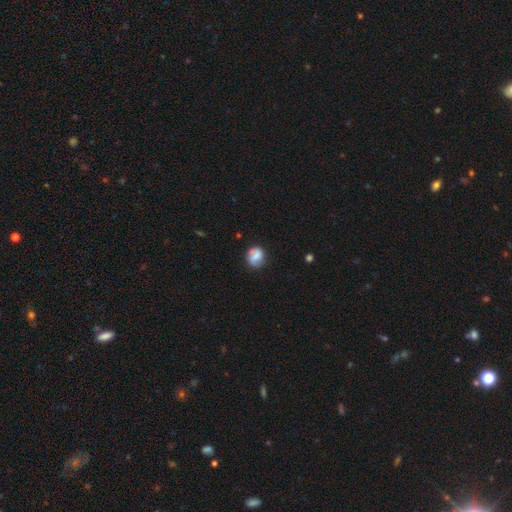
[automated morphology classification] A smooth galaxy with no disk features (53%) that is round (72%).

Vote fractions:
- Smooth or featured? smooth: 53% / featured or disk: 38% / star or artifact: 9%
- How rounded? round: 72% / in between: 27% / cigar-shaped: 1%
- Merging? none: 71% / minor disturbance: 20% / major disturbance: 7% / merger: 3%